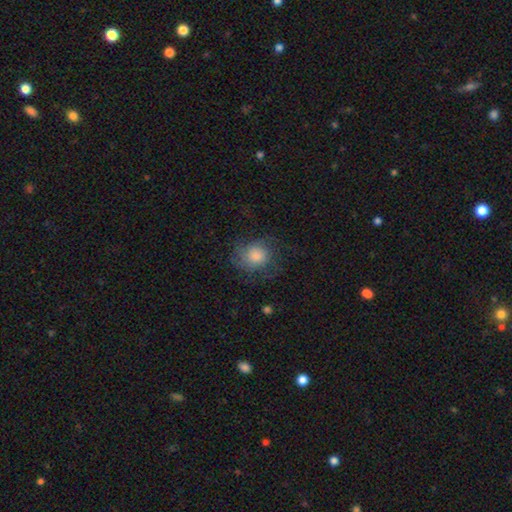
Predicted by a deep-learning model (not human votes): Q: Smooth or featured?
A: smooth (60%); runner-up: featured or disk (30%)
Q: How rounded?
A: round (77%); runner-up: in between (22%)
Q: Merging?
A: none (63%); runner-up: minor disturbance (20%)